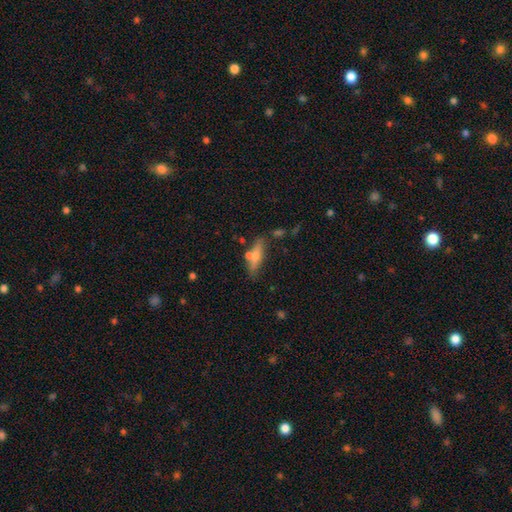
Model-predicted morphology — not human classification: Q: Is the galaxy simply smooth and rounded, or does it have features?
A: smooth — 57%.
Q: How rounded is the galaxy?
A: cigar-shaped — 68%.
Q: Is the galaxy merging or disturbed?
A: none — 67%.